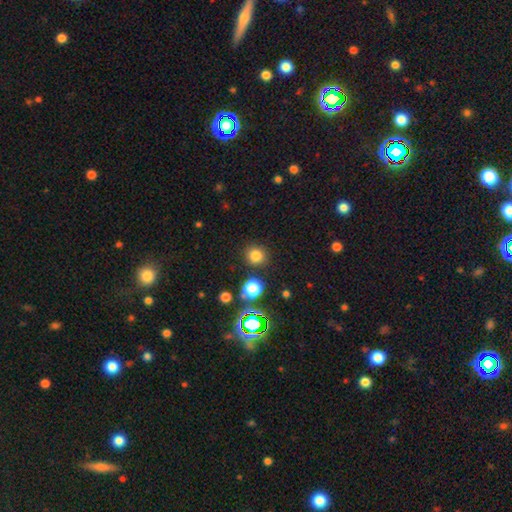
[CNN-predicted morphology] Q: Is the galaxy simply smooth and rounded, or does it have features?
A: smooth — 76%.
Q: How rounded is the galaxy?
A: round — 90%.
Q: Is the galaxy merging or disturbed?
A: none — 86%.